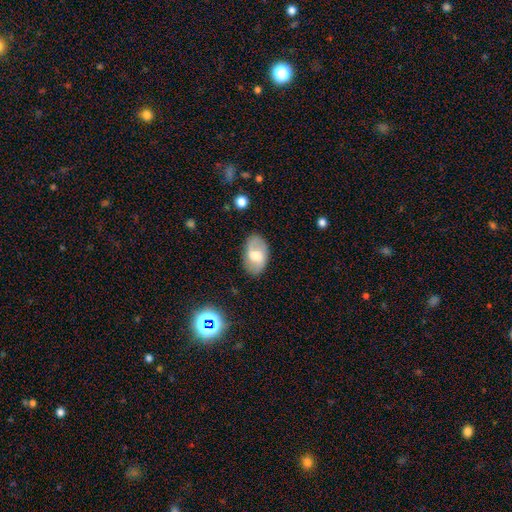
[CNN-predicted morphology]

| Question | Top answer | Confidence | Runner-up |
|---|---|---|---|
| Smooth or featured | featured or disk | 53% | smooth (39%) |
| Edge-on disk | no | 95% | yes (5%) |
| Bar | weak | 49% | no (36%) |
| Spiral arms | yes | 77% | no (23%) |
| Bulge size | moderate | 63% | small (24%) |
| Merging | none | 81% | minor disturbance (14%) |